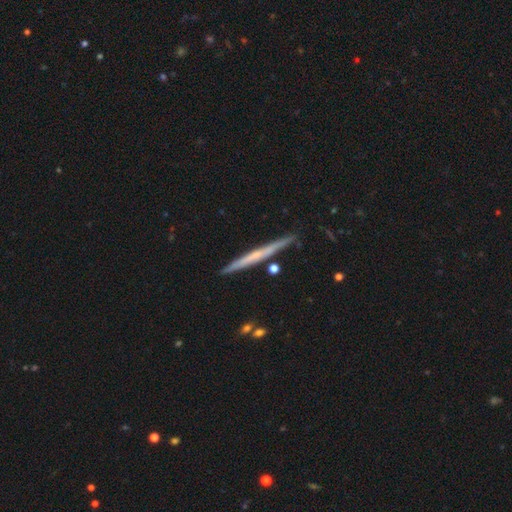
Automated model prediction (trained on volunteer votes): Smooth or featured?
  - featured or disk: 57% *
  - smooth: 37%
  - star or artifact: 6%
Edge-on disk?
  - yes: 97% *
  - no: 3%
Edge-on bulge?
  - none: 77% *
  - rounded: 19%
  - boxy: 5%
Merging?
  - none: 88% *
  - minor disturbance: 8%
  - merger: 2%
  - major disturbance: 1%